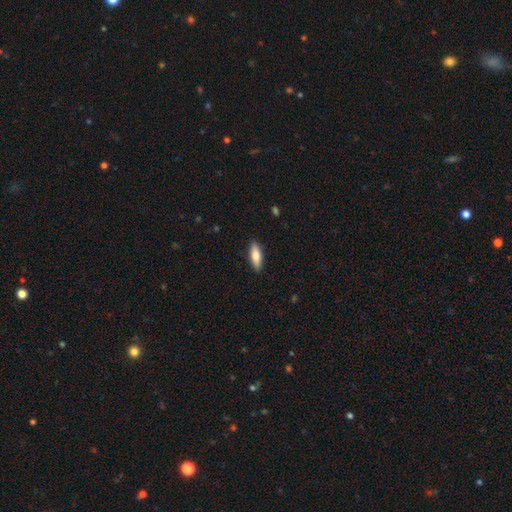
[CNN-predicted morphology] Smooth or featured? smooth (74%)
How rounded? in between (55%)
Merging? none (89%)